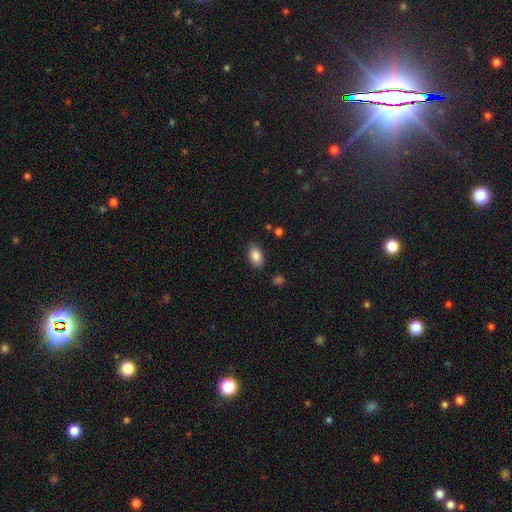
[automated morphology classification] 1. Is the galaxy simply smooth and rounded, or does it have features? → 86% smooth, 8% star or artifact, 6% featured or disk.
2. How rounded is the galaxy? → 92% in between, 6% round, 2% cigar-shaped.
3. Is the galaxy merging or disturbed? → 83% none, 12% minor disturbance, 3% major disturbance, 2% merger.